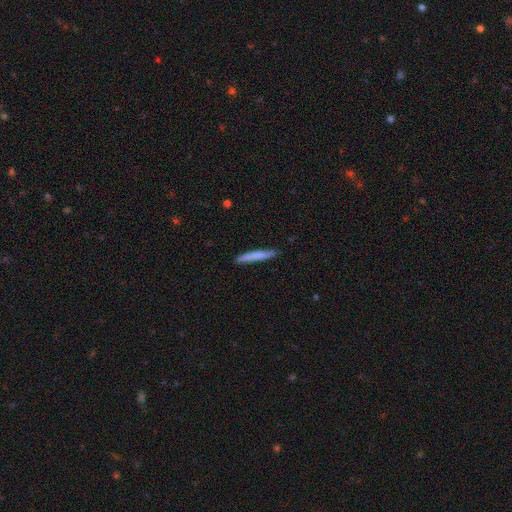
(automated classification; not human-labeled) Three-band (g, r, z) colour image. It shows a smooth galaxy with no disk features (71%) that is cigar-shaped (96%). Merging: none (88%).